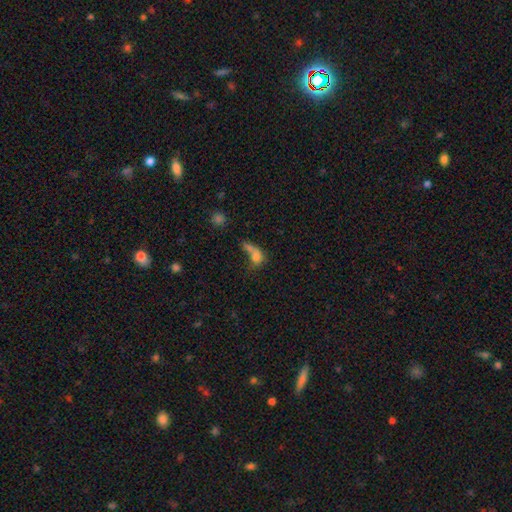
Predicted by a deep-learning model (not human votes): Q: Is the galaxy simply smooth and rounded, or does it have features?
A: smooth — 69%.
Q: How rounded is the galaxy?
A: in between — 54%.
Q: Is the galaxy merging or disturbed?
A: merger — 44%.